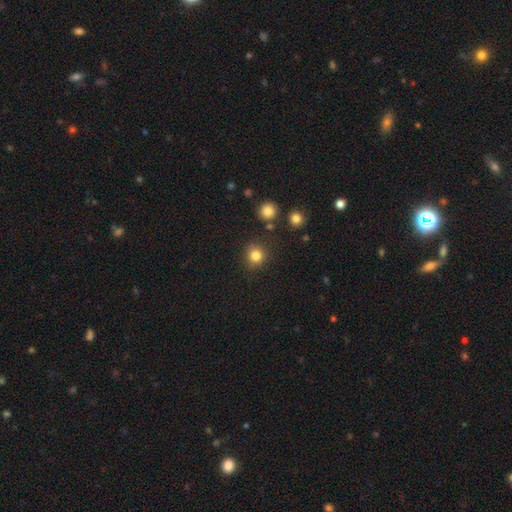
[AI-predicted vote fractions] The model was most divided on "smooth or featured": smooth: 82%, star or artifact: 13%, featured or disk: 5%. More confident: how rounded — round (89%); merging — none (84%).